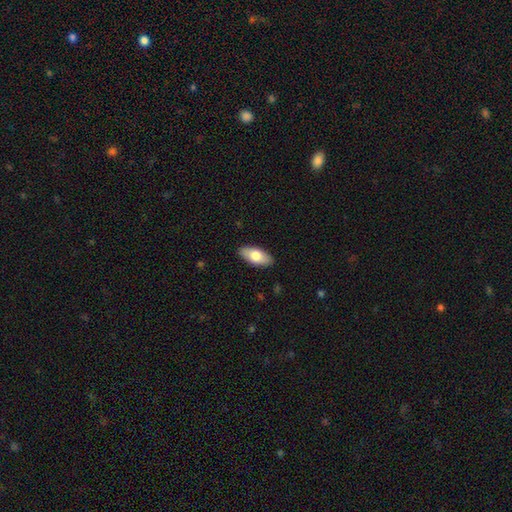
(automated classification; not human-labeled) Overall: smooth (75%). How rounded: in between (89%). Merging: none (88%).